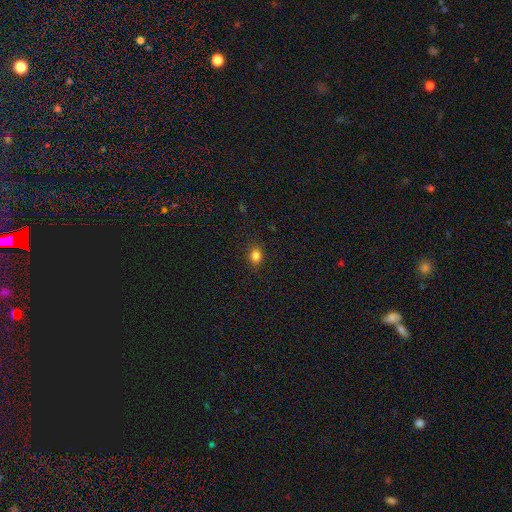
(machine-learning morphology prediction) Smooth or featured?
  - smooth: 82% *
  - star or artifact: 13%
  - featured or disk: 5%
How rounded?
  - round: 52% *
  - in between: 47%
  - cigar-shaped: 1%
Merging?
  - none: 87% *
  - minor disturbance: 10%
  - major disturbance: 2%
  - merger: 1%